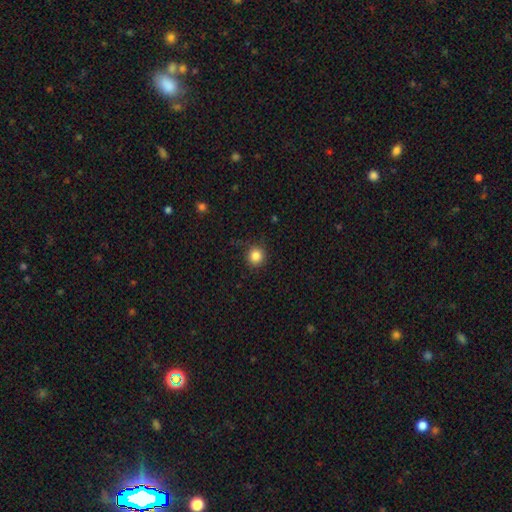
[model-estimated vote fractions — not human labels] smooth_or_featured: smooth (p=0.84) [alt: star or artifact p=0.11]
how_rounded: round (p=0.93) [alt: in between p=0.07]
merging: none (p=0.87) [alt: minor disturbance p=0.09]